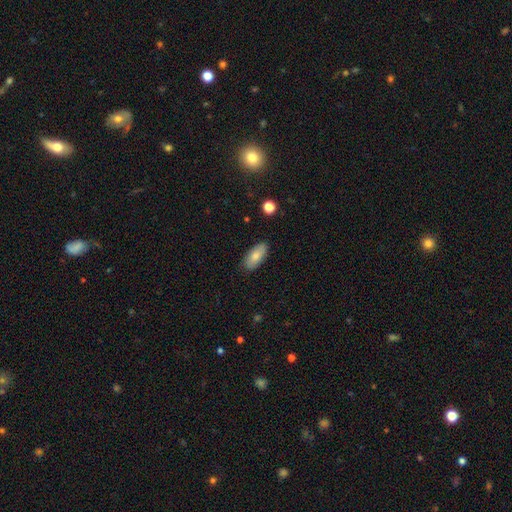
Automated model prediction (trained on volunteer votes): Overall: smooth (80%). How rounded: in between (89%). Merging: none (85%).